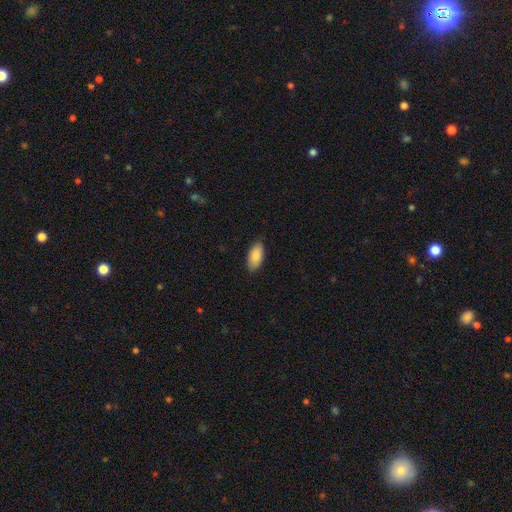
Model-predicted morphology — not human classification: smooth_or_featured: smooth (p=0.87) [alt: featured or disk p=0.07]
how_rounded: in between (p=0.92) [alt: cigar-shaped p=0.06]
merging: none (p=0.84) [alt: minor disturbance p=0.13]